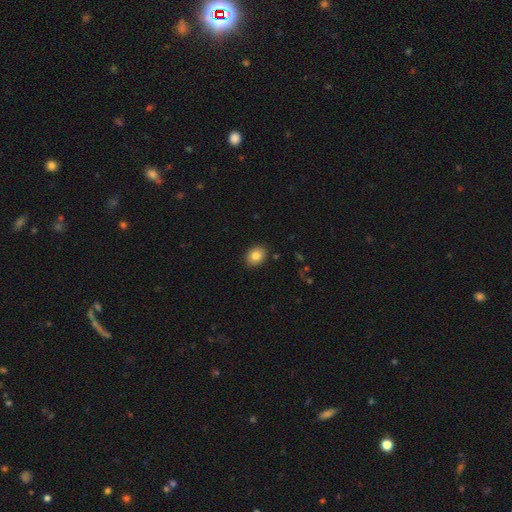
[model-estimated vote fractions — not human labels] Smooth or featured? Predicted: smooth (p=0.84). How rounded? Predicted: in between (p=0.57). Merging? Predicted: none (p=0.89).